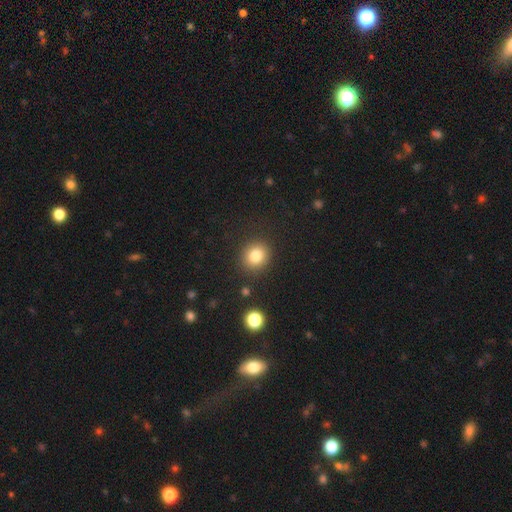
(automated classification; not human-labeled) smooth 82%, star or artifact 11%, featured or disk 7%. Down the decision tree: how rounded — round (83%); merging — none (88%).